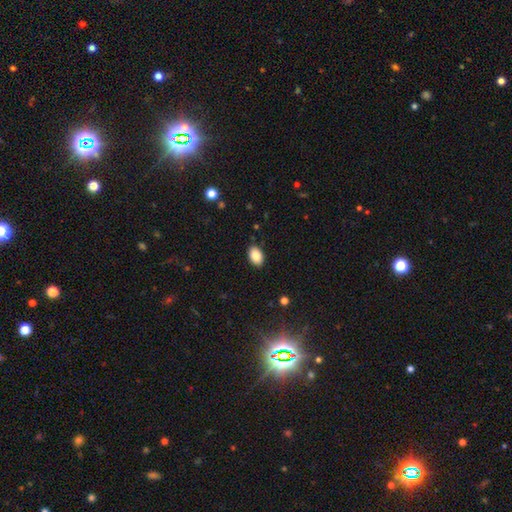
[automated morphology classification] smooth 86%, star or artifact 8%, featured or disk 6%. Down the decision tree: how rounded — in between (88%); merging — none (88%).